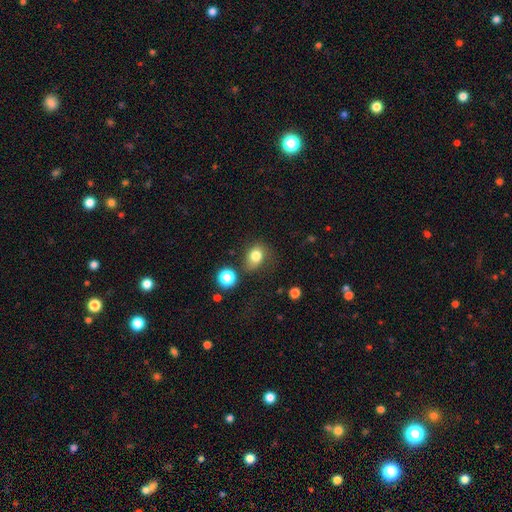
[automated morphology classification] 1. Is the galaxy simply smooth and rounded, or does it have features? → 79% smooth, 12% star or artifact, 9% featured or disk.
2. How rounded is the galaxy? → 56% in between, 43% round, 1% cigar-shaped.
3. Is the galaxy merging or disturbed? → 56% none, 26% minor disturbance, 11% major disturbance, 6% merger.